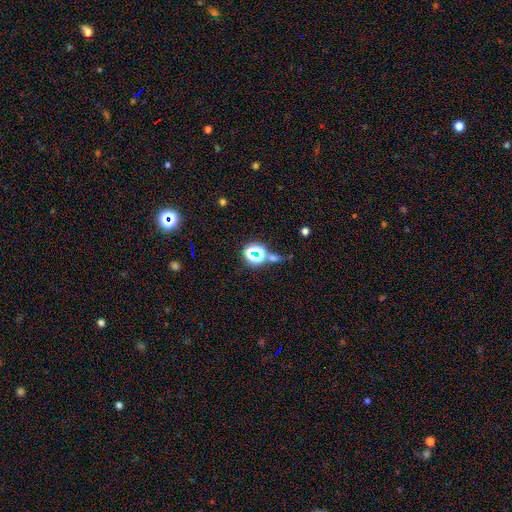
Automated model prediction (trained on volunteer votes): star or artifact 60%, smooth 30%, featured or disk 10%.